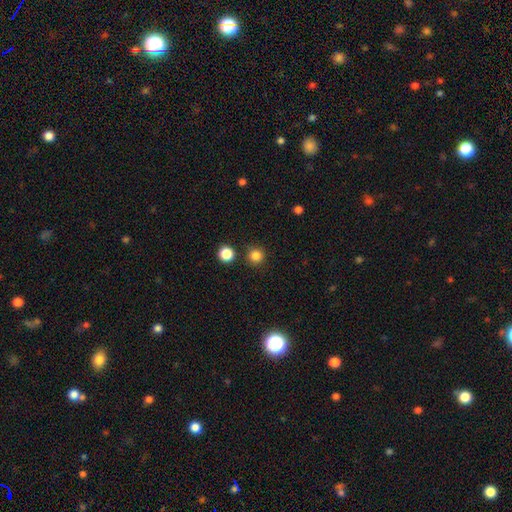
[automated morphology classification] type=smooth (83%); roundness=round (95%); merging=none (88%).